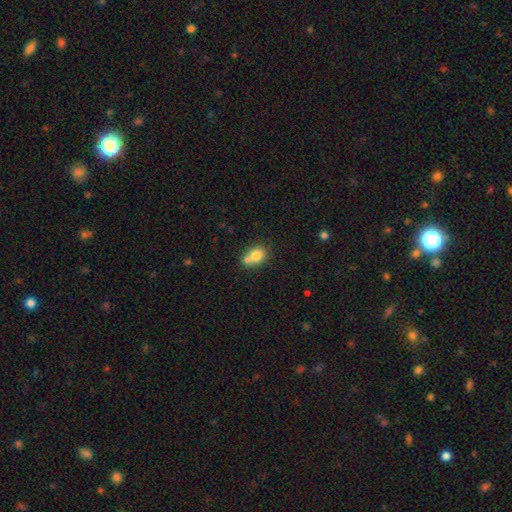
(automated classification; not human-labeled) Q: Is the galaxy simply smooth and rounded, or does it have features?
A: smooth — 78%.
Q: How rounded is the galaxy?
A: in between — 51%.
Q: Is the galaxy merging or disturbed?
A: none — 44%.